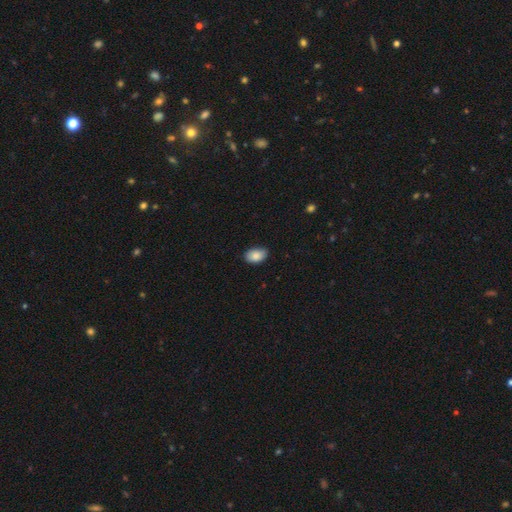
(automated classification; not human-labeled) Morphology: type=smooth (87%); roundness=in between (88%); merging=none (81%).